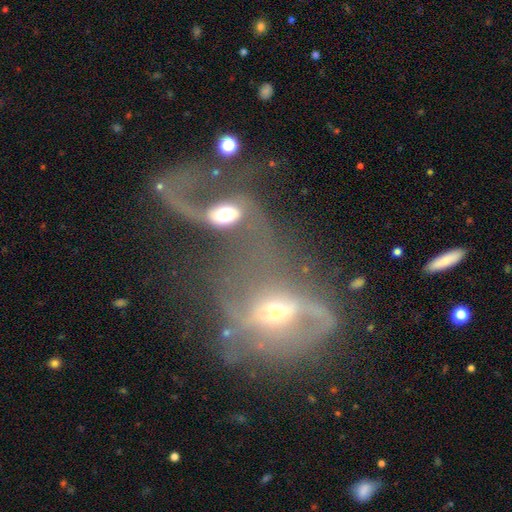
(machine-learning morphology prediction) Smooth or featured: featured or disk — 67% (smooth — 22%)
Edge-on disk: no — 95% (yes — 5%)
Bar: no — 53% (weak — 33%)
Spiral arms: yes — 67% (no — 33%)
Bulge size: moderate — 55% (small — 33%)
Merging: merger — 76% (major disturbance — 12%)